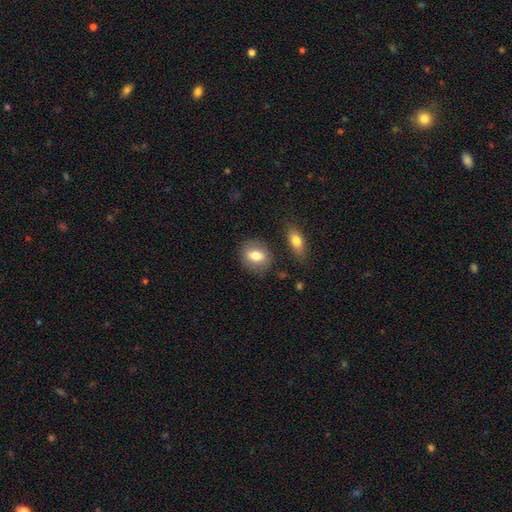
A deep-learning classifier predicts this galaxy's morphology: smooth-or-featured: smooth: 74% | featured or disk: 18% | star or artifact: 8%
  how-rounded: in between: 55% | round: 43% | cigar-shaped: 2%
  merging: none: 80% | minor disturbance: 12% | merger: 5% | major disturbance: 4%